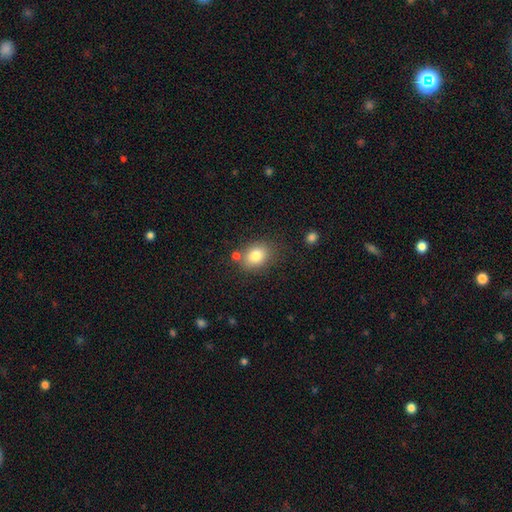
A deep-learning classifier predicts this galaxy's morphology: Q: Smooth or featured?
A: smooth (81%); runner-up: featured or disk (9%)
Q: How rounded?
A: in between (61%); runner-up: round (38%)
Q: Merging?
A: none (71%); runner-up: minor disturbance (15%)